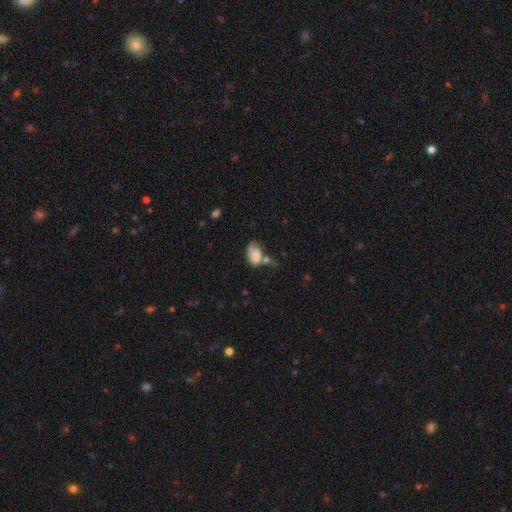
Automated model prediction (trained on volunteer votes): Smooth or featured?
  - smooth: 69% *
  - featured or disk: 21%
  - star or artifact: 9%
How rounded?
  - in between: 87% *
  - round: 12%
  - cigar-shaped: 2%
Merging?
  - merger: 34% *
  - none: 24%
  - minor disturbance: 21%
  - major disturbance: 21%